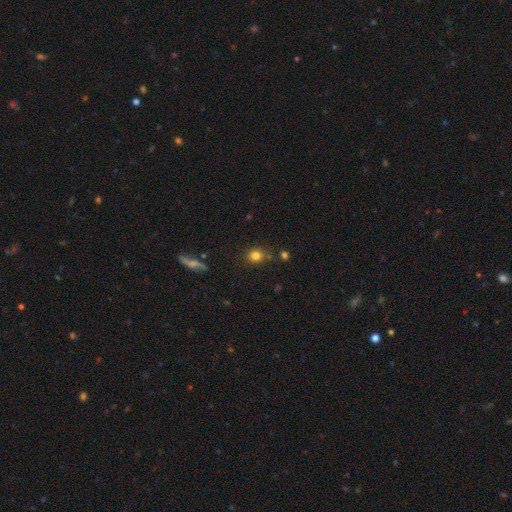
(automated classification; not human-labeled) Overall: smooth (80%). How rounded: round (78%). Merging: none (76%).